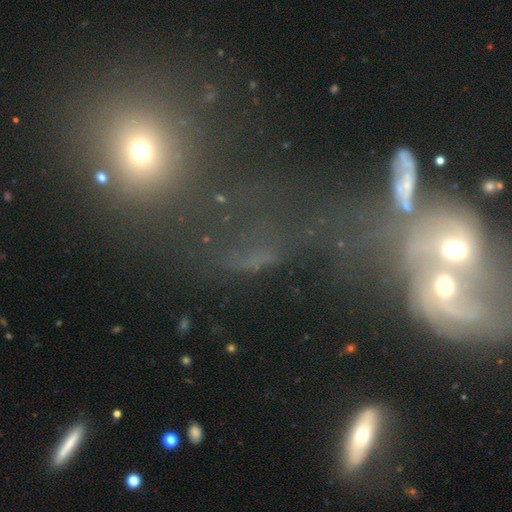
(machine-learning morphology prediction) featured or disk 36%, smooth 34%, star or artifact 29%. Down the decision tree: merging — merger (37%).